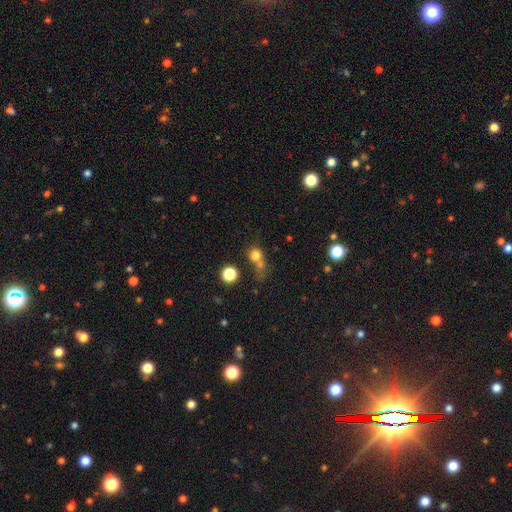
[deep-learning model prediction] smooth_or_featured: smooth (p=0.73) [alt: star or artifact p=0.17]
how_rounded: round (p=0.86) [alt: in between p=0.12]
merging: none (p=0.43) [alt: merger p=0.41]